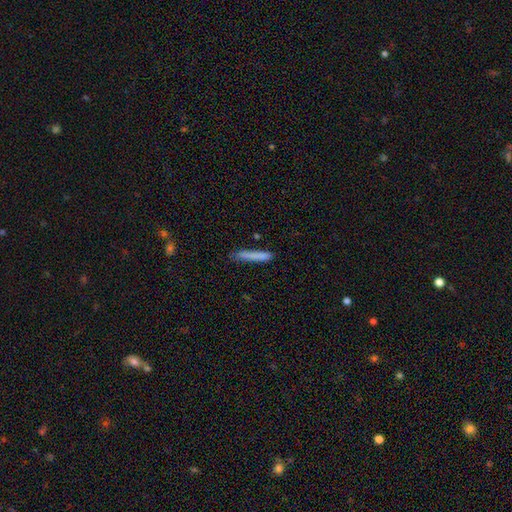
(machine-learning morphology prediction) Smooth or featured? Predicted: smooth (p=0.78). How rounded? Predicted: cigar-shaped (p=0.94). Merging? Predicted: none (p=0.77).